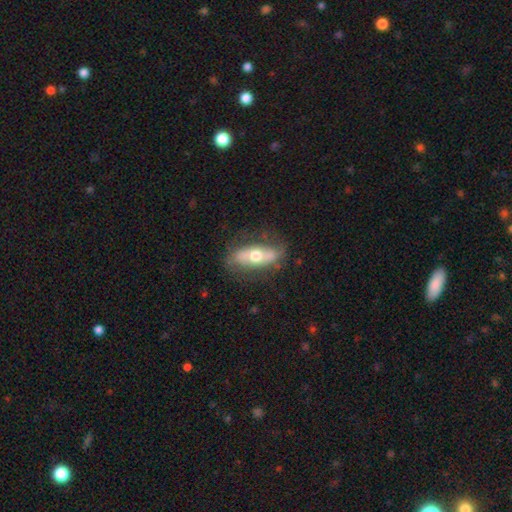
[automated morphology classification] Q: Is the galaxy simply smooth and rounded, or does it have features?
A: featured or disk — 51%.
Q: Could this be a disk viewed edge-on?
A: no — 70%.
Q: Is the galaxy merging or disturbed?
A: none — 75%.